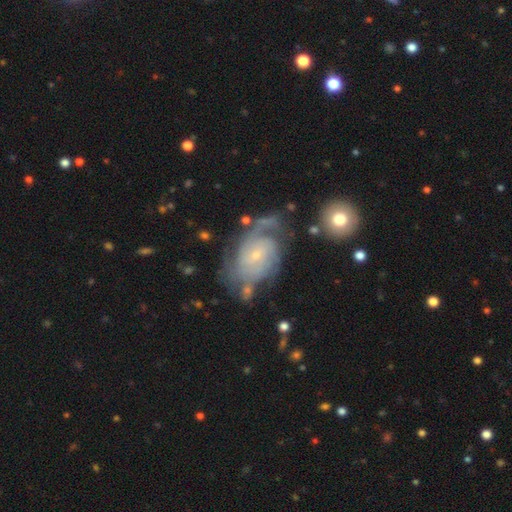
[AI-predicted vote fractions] A featured or disk galaxy (83%) with no bar (62%), tight (56%) spiral arms (94%) and a small central bulge (77%).

Vote fractions:
- Smooth or featured? featured or disk: 83% / smooth: 11% / star or artifact: 6%
- Edge-on disk? no: 97% / yes: 3%
- Bar? no: 62% / weak: 32% / strong: 6%
- Spiral arms? yes: 94% / no: 6%
- Spiral winding? tight: 56% / medium: 33% / loose: 12%
- Spiral arm count? can't tell: 33% / 2: 32% / 3: 16% / 1: 8% / 4: 6% / more than 4: 5%
- Bulge size? small: 77% / moderate: 19% / none: 2% / large: 1% / dominant: 1%
- Merging? none: 51% / minor disturbance: 23% / major disturbance: 19% / merger: 7%